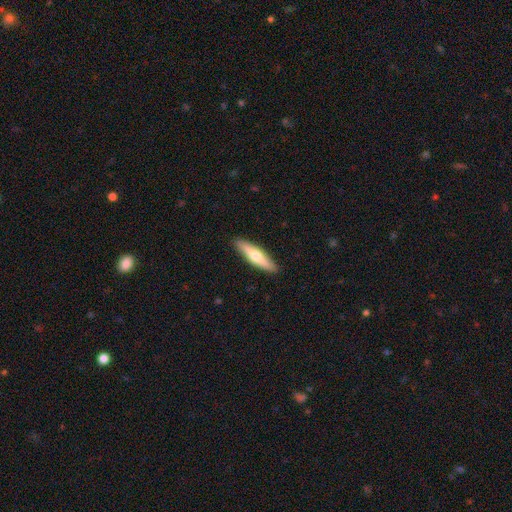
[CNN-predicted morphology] smooth-or-featured: smooth: 53% | featured or disk: 41% | star or artifact: 5%
  how-rounded: cigar-shaped: 77% | in between: 21% | round: 2%
  merging: none: 90% | minor disturbance: 7% | major disturbance: 2% | merger: 1%